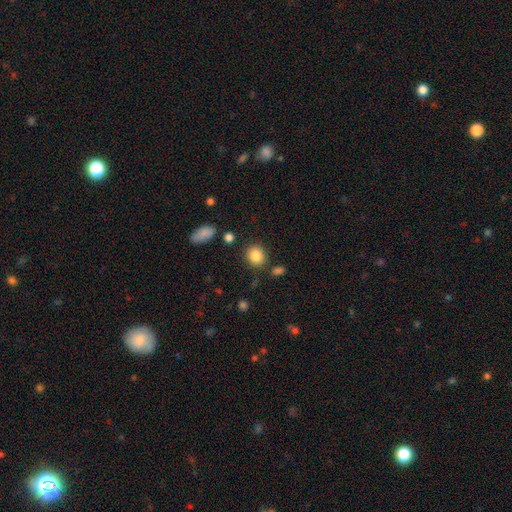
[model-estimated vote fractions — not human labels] This is clearly a smooth galaxy (86%). How rounded: likely round (73%). Merging: clearly none (83%).